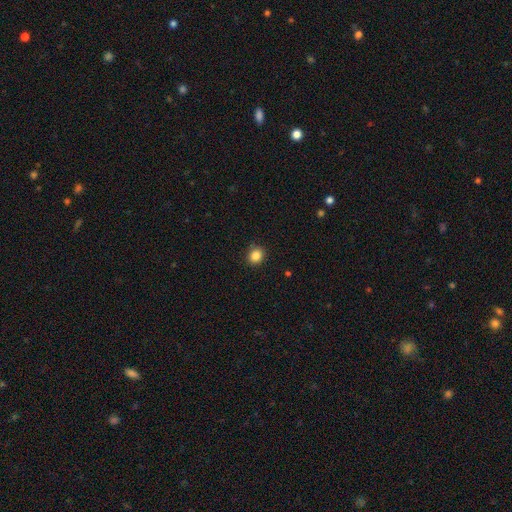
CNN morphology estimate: This appears to be a smooth galaxy with no disk features (85%) that is round (81%). Merging: none (89%).